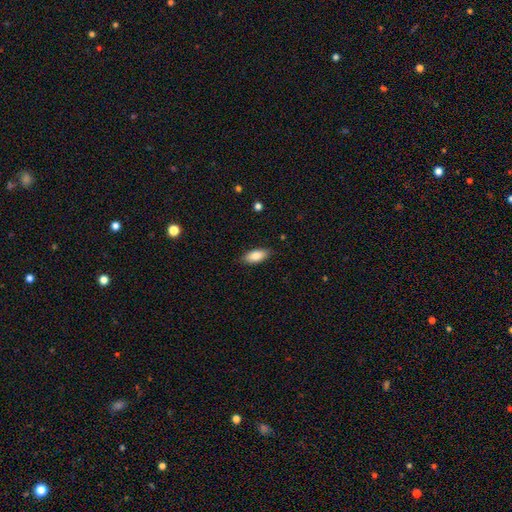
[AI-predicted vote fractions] This is clearly a smooth galaxy (84%). How rounded: clearly in between (87%). Merging: clearly none (86%).